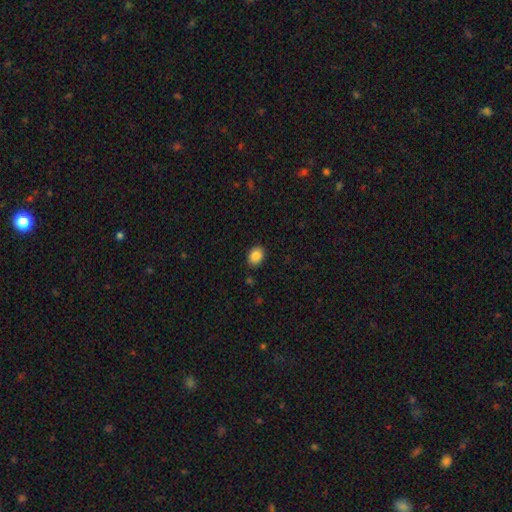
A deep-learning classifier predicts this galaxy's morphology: A smooth galaxy with no disk features (87%) that is in between round and cigar-shaped (68%). Merging: none (87%).